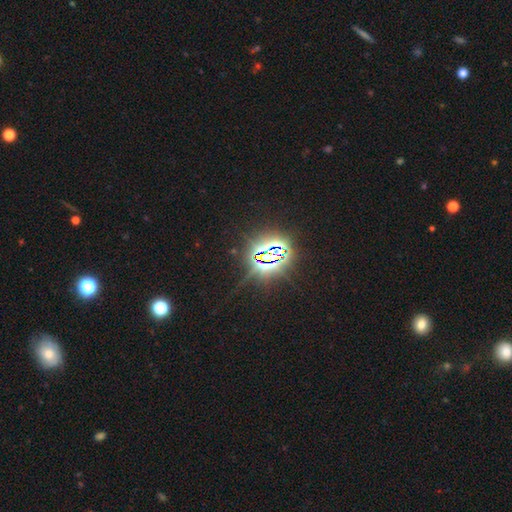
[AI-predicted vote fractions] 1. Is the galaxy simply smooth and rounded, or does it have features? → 81% star or artifact, 12% smooth, 7% featured or disk.